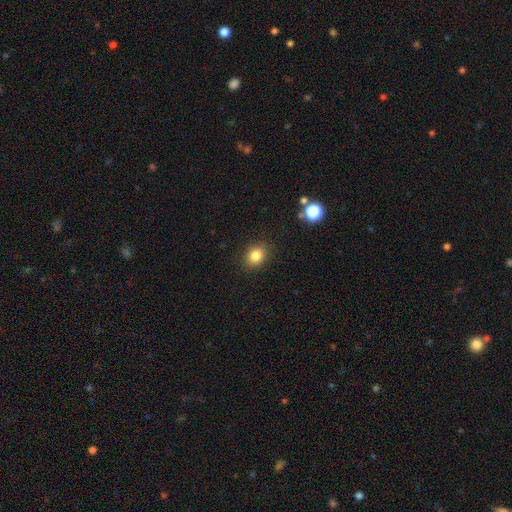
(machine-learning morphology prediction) type=smooth (82%); roundness=round (52%); merging=none (88%).